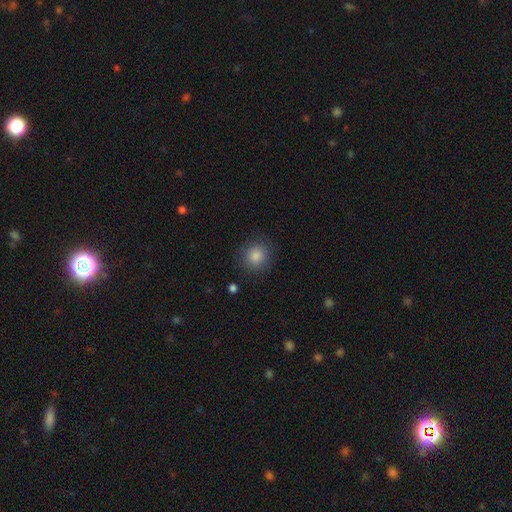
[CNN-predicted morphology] This is clearly a smooth galaxy (84%). How rounded: clearly round (88%). Merging: clearly none (87%).